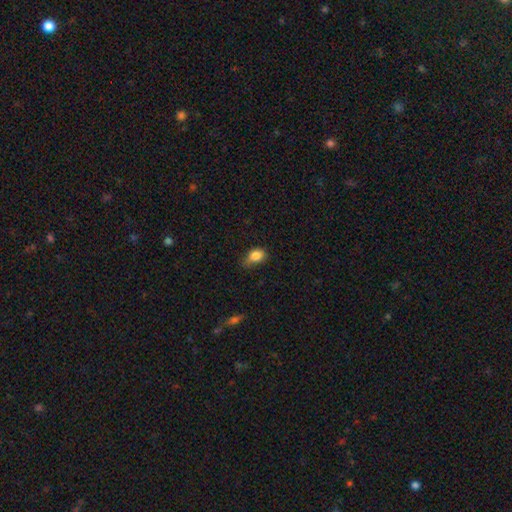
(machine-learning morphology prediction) Overall: smooth (84%). How rounded: in between (73%). Merging: minor disturbance (44%; none 41%).